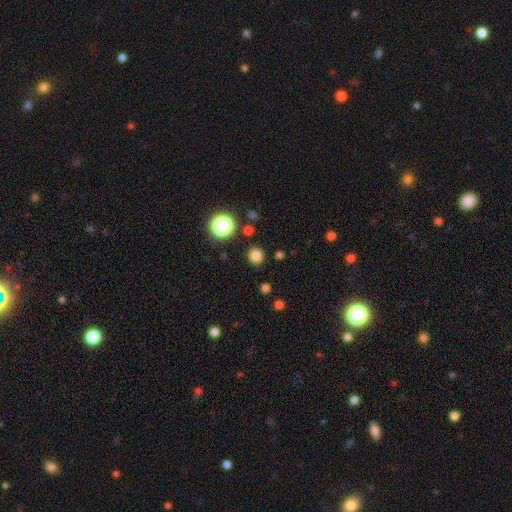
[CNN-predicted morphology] Q: Smooth or featured?
A: smooth (80%); runner-up: star or artifact (16%)
Q: How rounded?
A: round (88%); runner-up: in between (11%)
Q: Merging?
A: none (89%); runner-up: minor disturbance (7%)